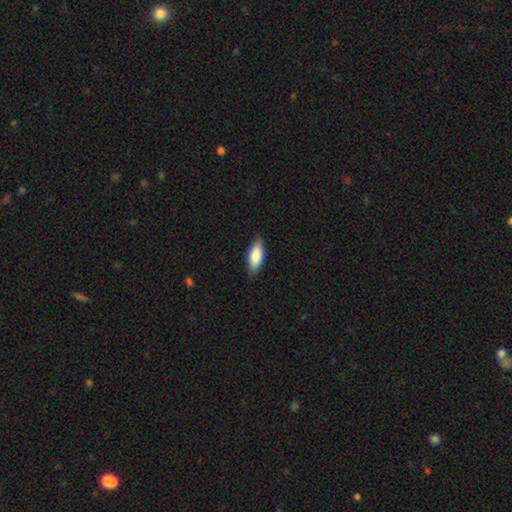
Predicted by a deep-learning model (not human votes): This appears to be a smooth galaxy with no disk features (86%) that is in between round and cigar-shaped (81%). Merging: none (85%).